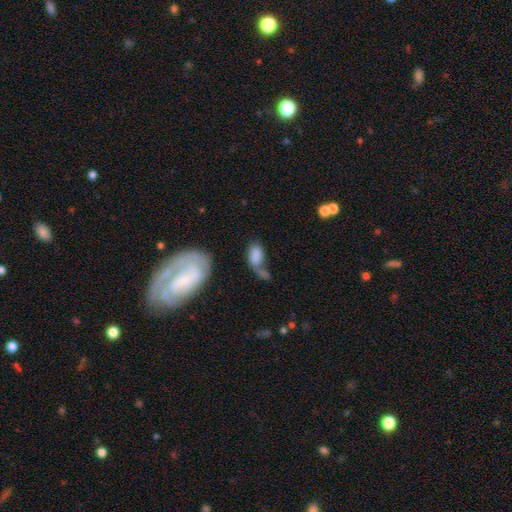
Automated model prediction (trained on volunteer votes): A smooth galaxy with no disk features (76%) that is in between round and cigar-shaped (90%). Merging: merger (33%).